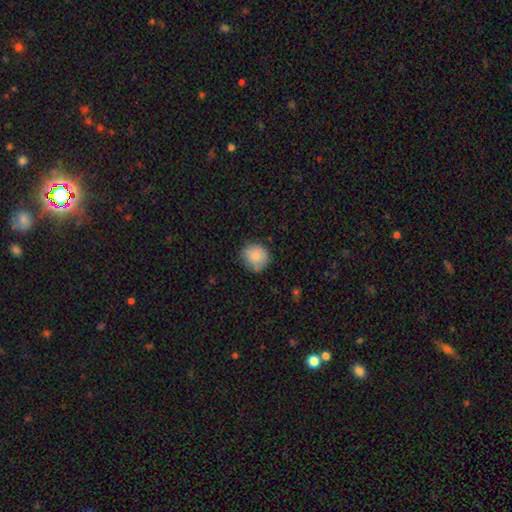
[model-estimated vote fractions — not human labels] Smooth or featured? smooth (85%)
How rounded? round (85%)
Merging? none (75%)